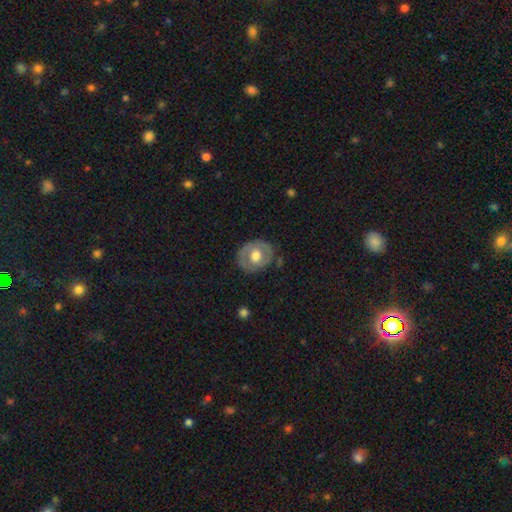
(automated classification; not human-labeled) Smooth or featured?
  - featured or disk: 47% * (tied)
  - smooth: 47% * (tied)
  - star or artifact: 6%
Merging?
  - none: 77% *
  - minor disturbance: 16%
  - major disturbance: 5%
  - merger: 2%